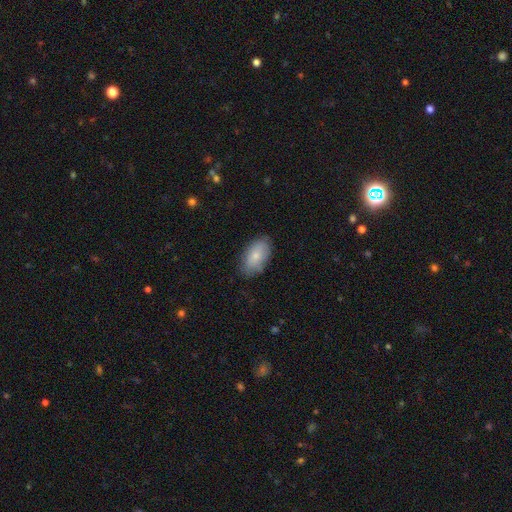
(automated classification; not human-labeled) Q: Smooth or featured?
A: smooth (77%); runner-up: featured or disk (16%)
Q: How rounded?
A: in between (93%); runner-up: round (5%)
Q: Merging?
A: none (78%); runner-up: minor disturbance (17%)